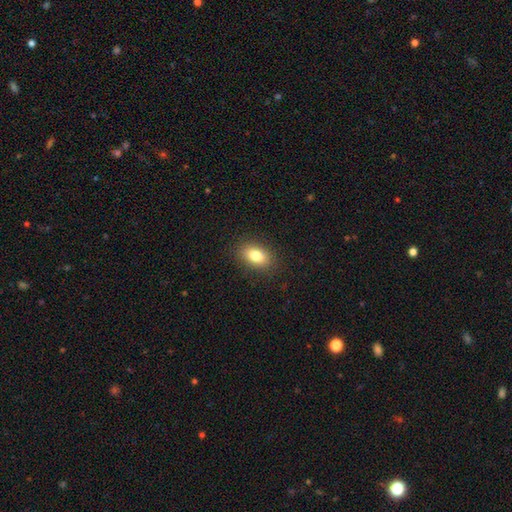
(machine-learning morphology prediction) smooth 81%, star or artifact 9%, featured or disk 9%. Down the decision tree: how rounded — in between (84%); merging — none (88%).